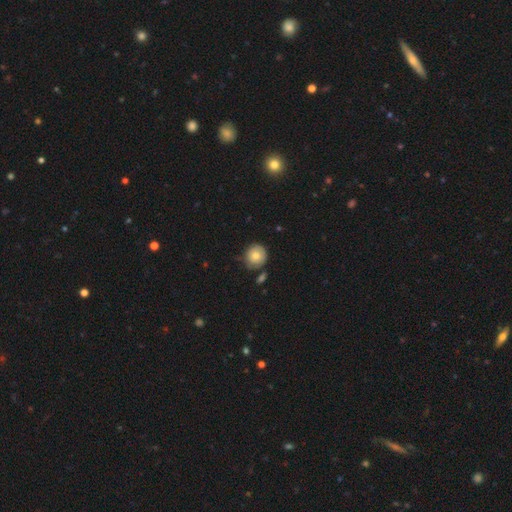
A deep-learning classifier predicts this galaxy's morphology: smooth-or-featured: smooth: 77% | featured or disk: 16% | star or artifact: 8%
  how-rounded: round: 89% | in between: 10% | cigar-shaped: 1%
  merging: none: 73% | minor disturbance: 18% | merger: 6% | major disturbance: 4%